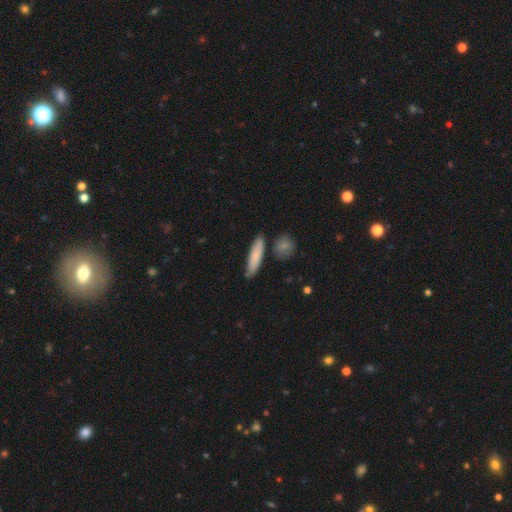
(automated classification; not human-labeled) Smooth or featured? Predicted: smooth (p=0.79). How rounded? Predicted: cigar-shaped (p=0.77). Merging? Predicted: none (p=0.80).